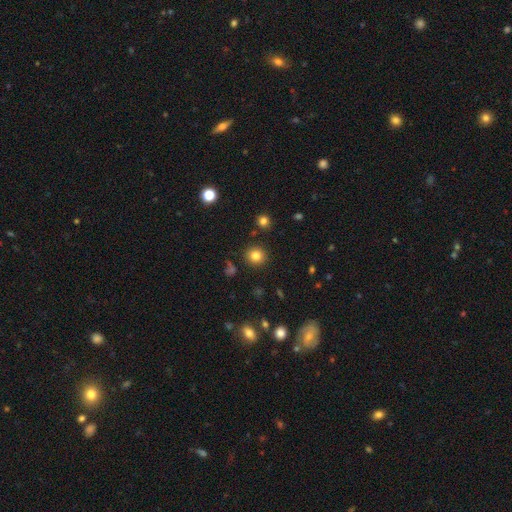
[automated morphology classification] This appears to be a smooth galaxy with no disk features (82%) that is round (92%). Merging: none (90%).